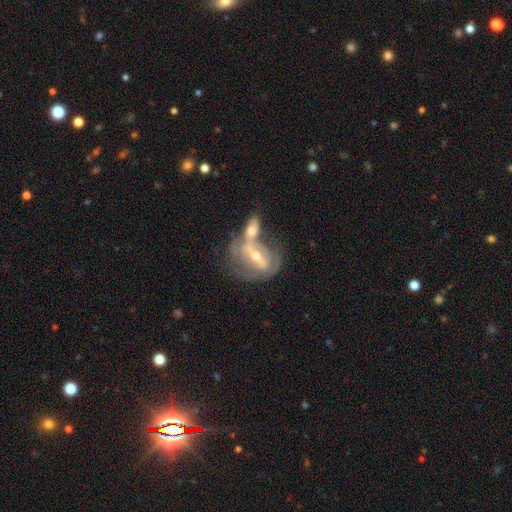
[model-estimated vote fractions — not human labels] smooth-or-featured: featured or disk: 78% | smooth: 17% | star or artifact: 6%
  disk-edge-on: no: 92% | yes: 8%
    bar: strong: 55% | weak: 31% | no: 14%
    has-spiral-arms: yes: 68% | no: 32%
    bulge-size: moderate: 61% | small: 33% | large: 3% | none: 1% | dominant: 1%
  merging: merger: 50% | none: 27% | minor disturbance: 12% | major disturbance: 11%